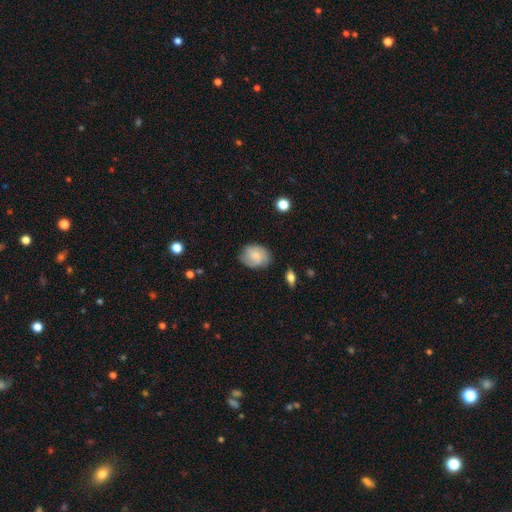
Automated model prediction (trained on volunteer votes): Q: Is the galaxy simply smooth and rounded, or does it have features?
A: smooth — 60%.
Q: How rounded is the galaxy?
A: in between — 60%.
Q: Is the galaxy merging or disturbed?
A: none — 73%.